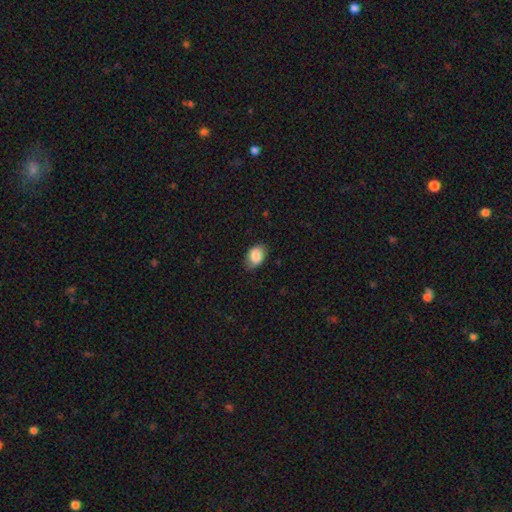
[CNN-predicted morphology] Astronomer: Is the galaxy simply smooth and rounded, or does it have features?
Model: smooth — 86%.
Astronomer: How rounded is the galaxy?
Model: in between — 81%.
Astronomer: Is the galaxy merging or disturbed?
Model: none — 78%.